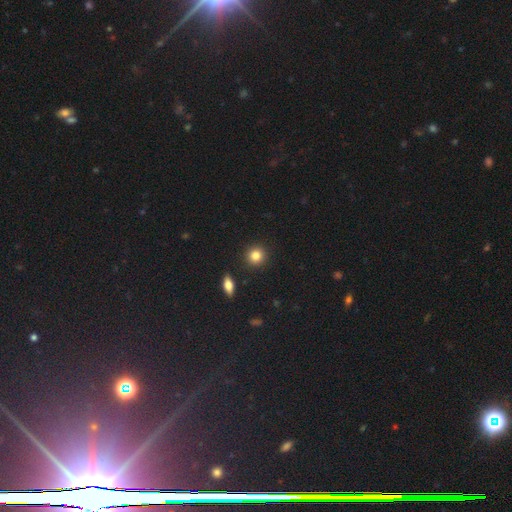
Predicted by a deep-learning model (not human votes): Smooth or featured? smooth (84%)
How rounded? round (90%)
Merging? none (91%)